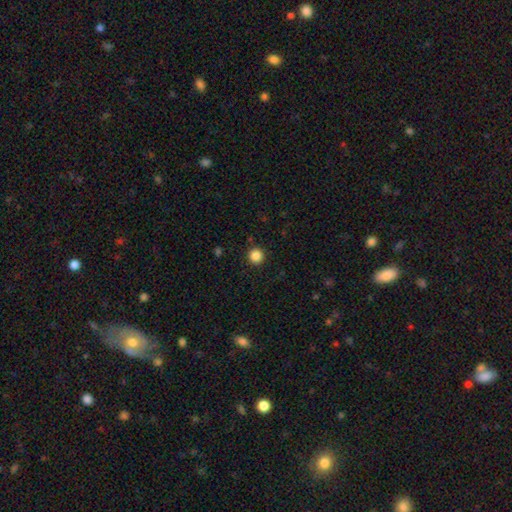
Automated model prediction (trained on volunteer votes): The model was most divided on "smooth or featured": smooth: 86%, star or artifact: 11%, featured or disk: 3%. More confident: how rounded — round (95%); merging — none (92%).